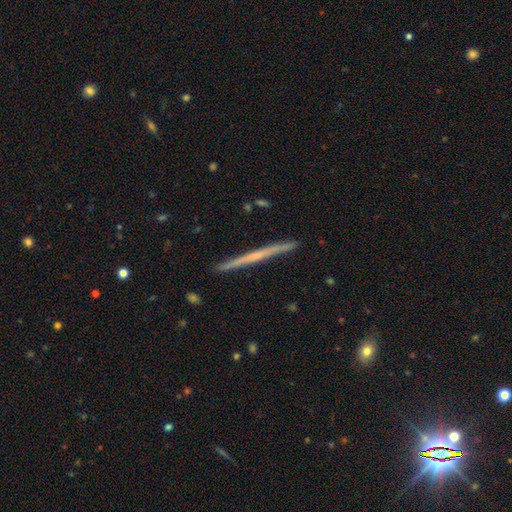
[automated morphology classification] Q: Smooth or featured?
A: featured or disk (59%); runner-up: smooth (35%)
Q: Edge-on disk?
A: yes (98%); runner-up: no (2%)
Q: Edge-on bulge?
A: none (83%); runner-up: rounded (12%)
Q: Merging?
A: none (92%); runner-up: minor disturbance (5%)